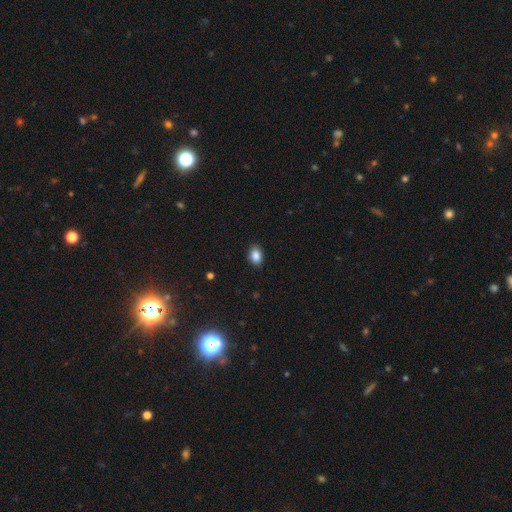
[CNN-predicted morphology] A smooth galaxy with no disk features (87%) that is in between round and cigar-shaped (77%).

Vote fractions:
- Smooth or featured? smooth: 87% / star or artifact: 9% / featured or disk: 4%
- How rounded? in between: 77% / round: 22% / cigar-shaped: 1%
- Merging? none: 89% / minor disturbance: 8% / major disturbance: 2% / merger: 1%